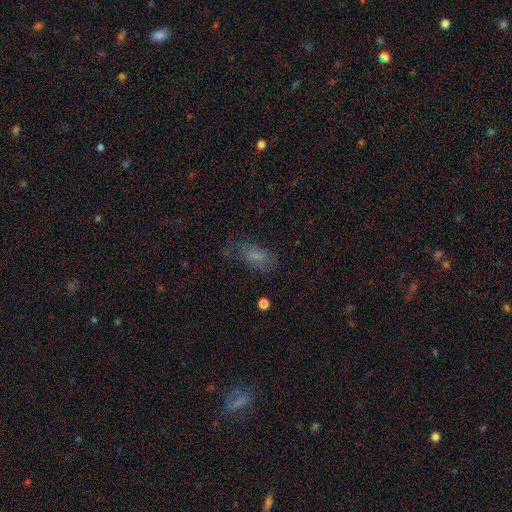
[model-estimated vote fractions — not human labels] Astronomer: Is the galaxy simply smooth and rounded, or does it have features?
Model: smooth — 57%.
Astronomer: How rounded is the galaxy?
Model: in between — 86%.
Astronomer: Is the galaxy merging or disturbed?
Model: none — 51%.